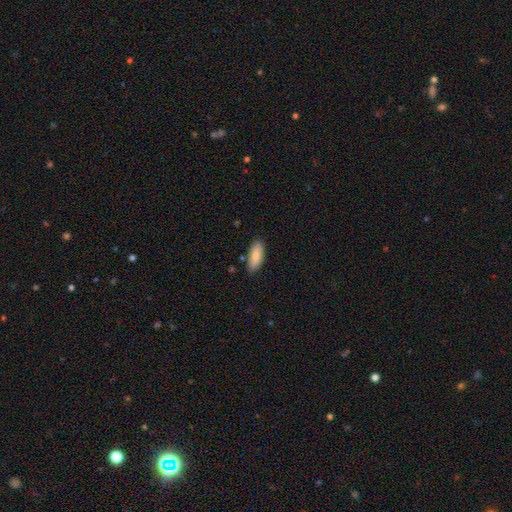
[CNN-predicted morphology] Smooth or featured: smooth — 81% (featured or disk — 13%)
How rounded: in between — 78% (cigar-shaped — 20%)
Merging: none — 82% (minor disturbance — 13%)